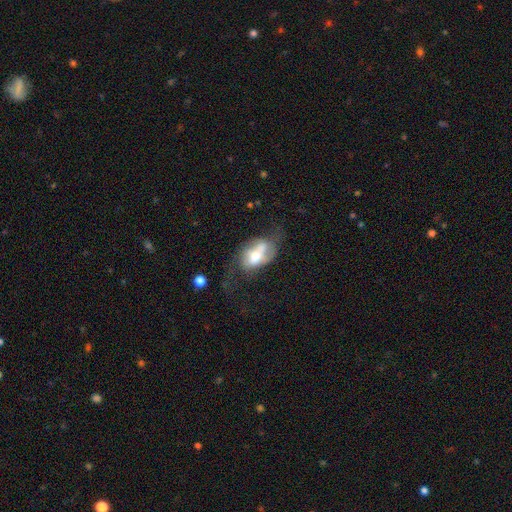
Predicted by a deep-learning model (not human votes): The model was most divided on "merging": major disturbance: 29%, none: 28%, minor disturbance: 22%, merger: 21%. Remaining: smooth or featured — featured or disk (50%).